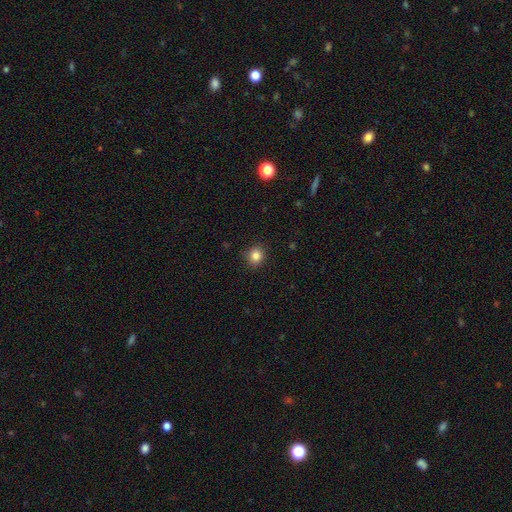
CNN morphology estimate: Smooth or featured? smooth (84%)
How rounded? round (84%)
Merging? none (89%)